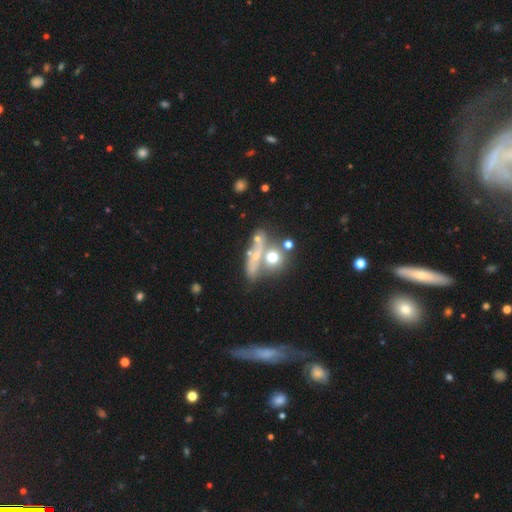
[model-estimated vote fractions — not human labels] smooth 45%, featured or disk 35%, star or artifact 20%. Down the decision tree: merging — none (39%).